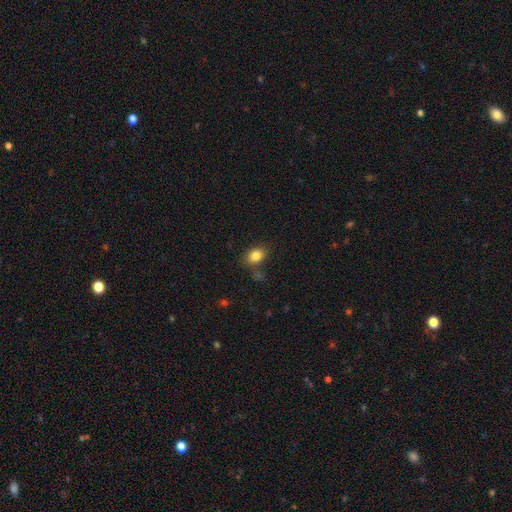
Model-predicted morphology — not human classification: smooth 83%, star or artifact 10%, featured or disk 7%. Down the decision tree: how rounded — in between (63%); merging — none (75%).